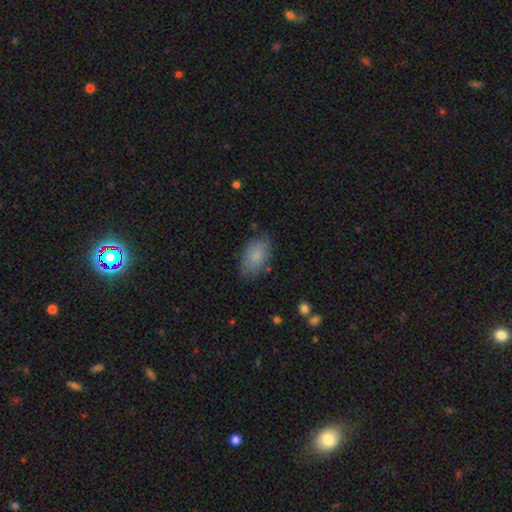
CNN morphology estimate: This is clearly a smooth galaxy (83%). How rounded: clearly in between (91%). Merging: likely none (78%).